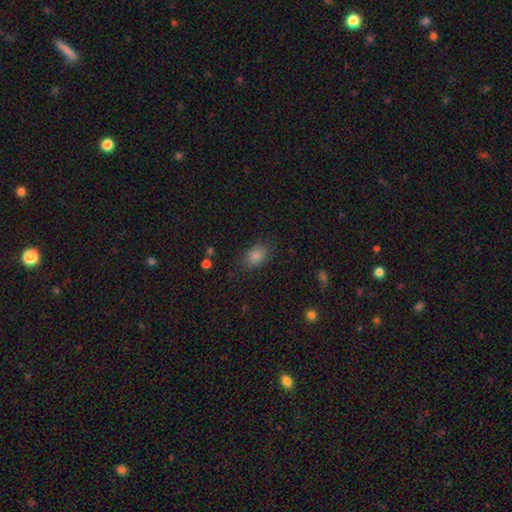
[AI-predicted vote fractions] smooth-or-featured: smooth: 82% | star or artifact: 13% | featured or disk: 6%
  how-rounded: in between: 82% | round: 16% | cigar-shaped: 2%
  merging: none: 82% | minor disturbance: 12% | major disturbance: 4% | merger: 1%